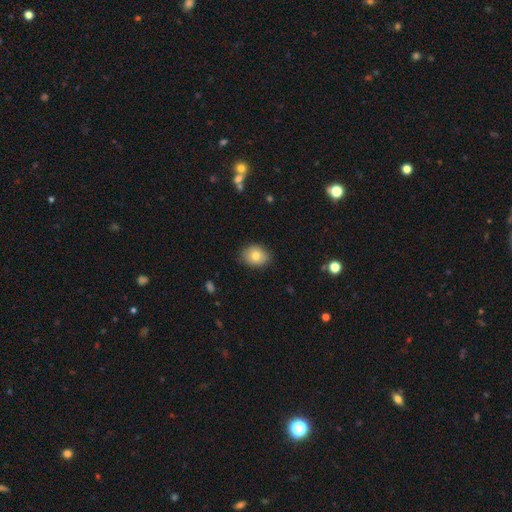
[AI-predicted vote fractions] Overall: smooth (79%). How rounded: in between (56%; round 43%). Merging: none (85%).